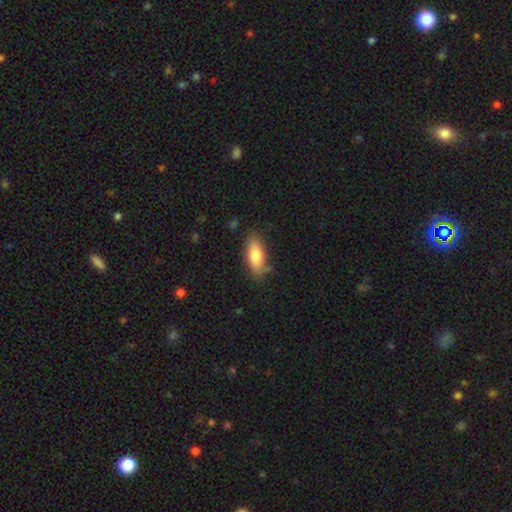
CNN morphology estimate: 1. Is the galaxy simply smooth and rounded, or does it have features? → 78% smooth, 16% featured or disk, 6% star or artifact.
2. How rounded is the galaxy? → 77% in between, 20% cigar-shaped, 3% round.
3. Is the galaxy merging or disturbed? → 77% none, 17% minor disturbance, 3% major disturbance, 3% merger.